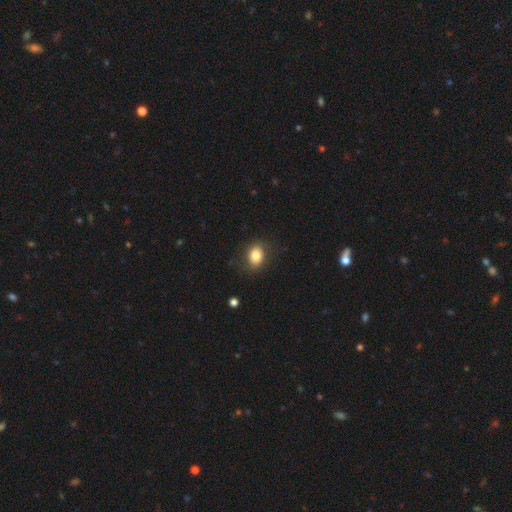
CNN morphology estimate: A smooth galaxy with no disk features (82%) that is in between round and cigar-shaped (59%).

Vote fractions:
- Smooth or featured? smooth: 82% / featured or disk: 9% / star or artifact: 9%
- How rounded? in between: 59% / round: 40% / cigar-shaped: 1%
- Merging? none: 80% / minor disturbance: 14% / major disturbance: 4% / merger: 1%